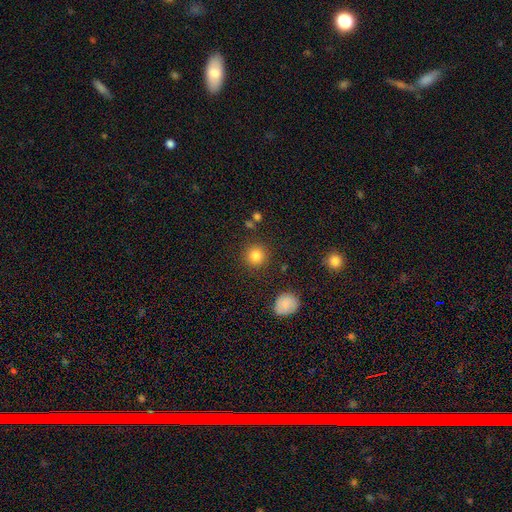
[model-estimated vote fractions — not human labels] Q: Smooth or featured?
A: smooth (84%); runner-up: star or artifact (11%)
Q: How rounded?
A: round (94%); runner-up: in between (5%)
Q: Merging?
A: none (88%); runner-up: minor disturbance (6%)